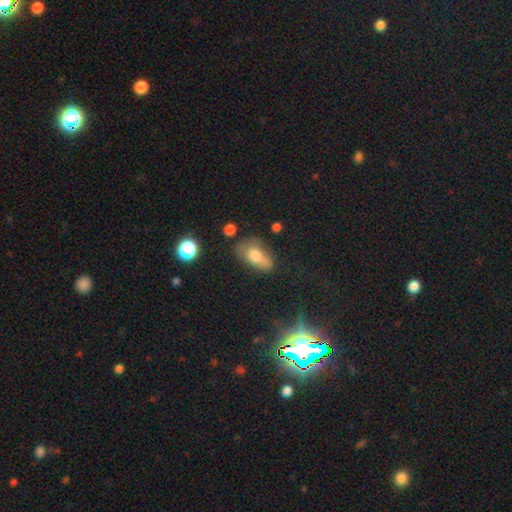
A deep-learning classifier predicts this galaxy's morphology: This is likely a smooth galaxy (62%). How rounded: clearly in between (84%). Merging: possibly none (46%).